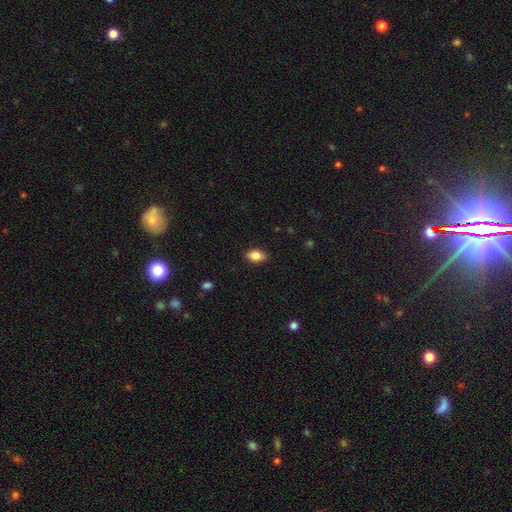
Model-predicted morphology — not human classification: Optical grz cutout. It shows a smooth galaxy with no disk features (83%) that is in between round and cigar-shaped (88%). Merging: none (87%).